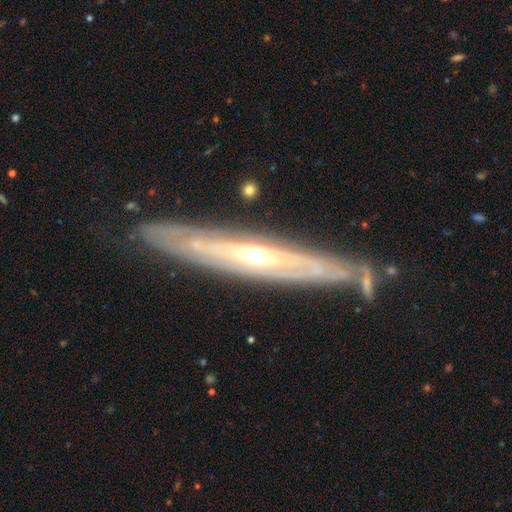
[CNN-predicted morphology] Smooth or featured? Predicted: featured or disk (p=0.83). Edge-on disk? Predicted: yes (p=0.60). Merging? Predicted: none (p=0.75).